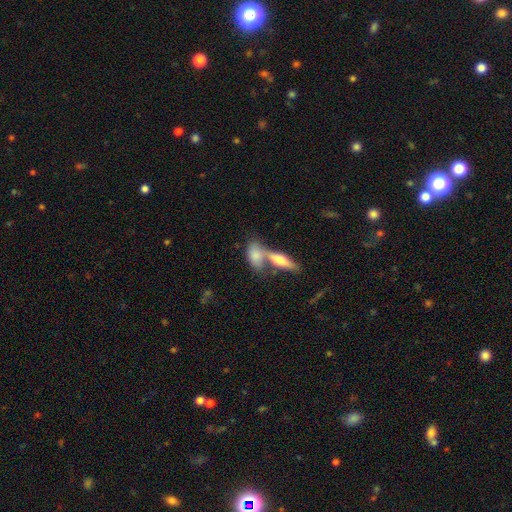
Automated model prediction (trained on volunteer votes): The model was most divided on "merging": merger: 55%, none: 31%, minor disturbance: 9%, major disturbance: 4%. More confident: how rounded — in between (79%); smooth or featured — smooth (72%).